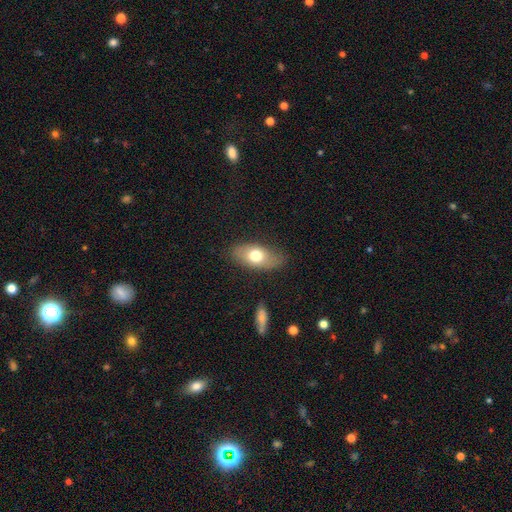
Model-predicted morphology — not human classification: This is likely a smooth galaxy (68%). How rounded: clearly in between (88%). Merging: likely none (77%).